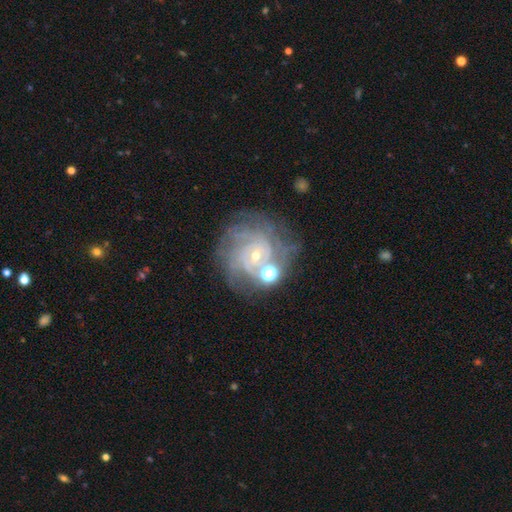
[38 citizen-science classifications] Q: Smooth or featured?
A: featured or disk (95%); runner-up: smooth (5%)
Q: Edge-on disk?
A: no (100%)
Q: Bar?
A: weak (53%); runner-up: no (47%)
Q: Spiral arms?
A: yes (94%); runner-up: no (6%)
Q: Spiral winding?
A: tight (53%); runner-up: medium (38%)
Q: Spiral arm count?
A: can't tell (26%); runner-up: 3 (24%)
Q: Bulge size?
A: small (58%); runner-up: moderate (42%)
Q: Merging?
A: none (71%); runner-up: major disturbance (16%)